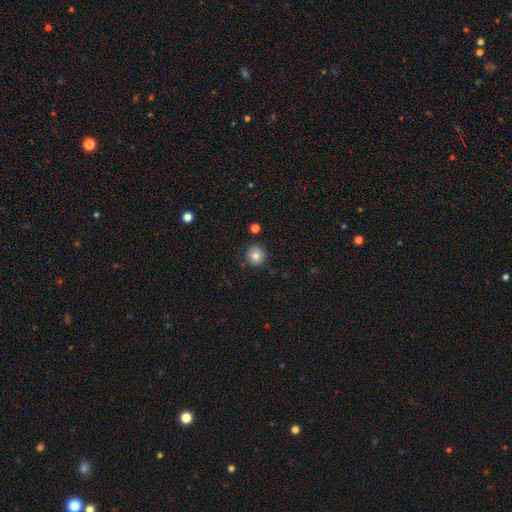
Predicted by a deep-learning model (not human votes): Q: Smooth or featured?
A: smooth (83%); runner-up: star or artifact (10%)
Q: How rounded?
A: round (90%); runner-up: in between (9%)
Q: Merging?
A: none (85%); runner-up: minor disturbance (9%)